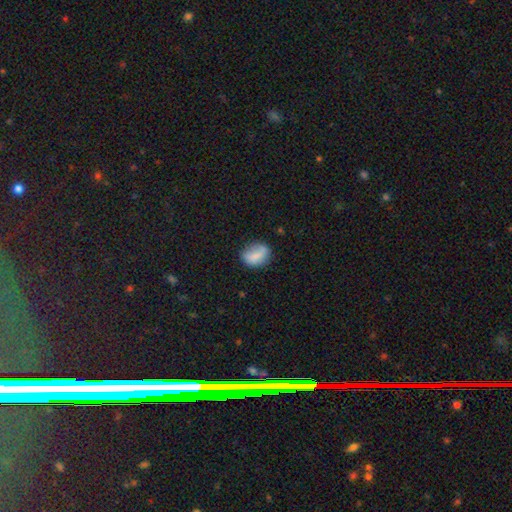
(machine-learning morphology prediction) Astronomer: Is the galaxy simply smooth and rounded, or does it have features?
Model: smooth — 75%.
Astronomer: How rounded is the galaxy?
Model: in between — 62%.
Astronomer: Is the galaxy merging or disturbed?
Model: none — 64%.